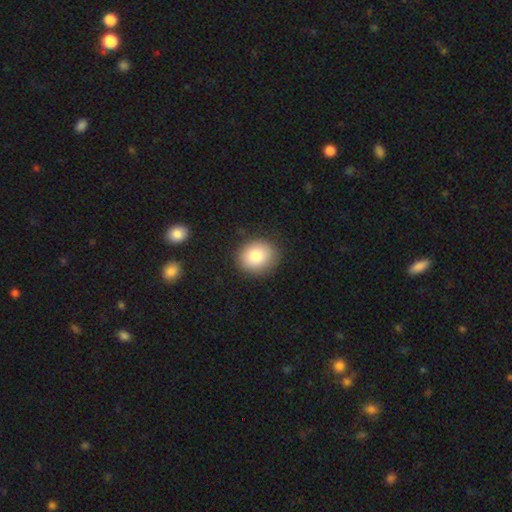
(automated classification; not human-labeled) Smooth or featured: smooth — 83% (star or artifact — 9%)
How rounded: round — 68% (in between — 31%)
Merging: none — 87% (minor disturbance — 9%)